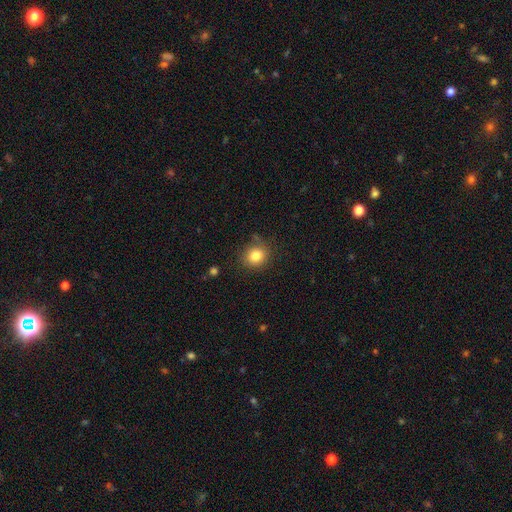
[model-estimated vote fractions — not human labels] Morphology: type=smooth (83%); roundness=round (82%); merging=none (82%).